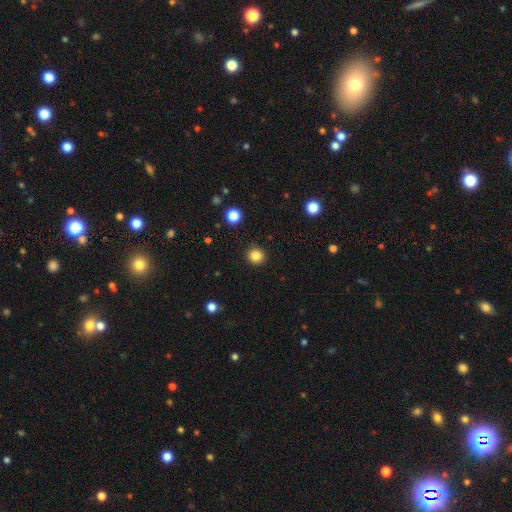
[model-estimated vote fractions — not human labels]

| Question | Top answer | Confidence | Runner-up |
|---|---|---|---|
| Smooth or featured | smooth | 84% | star or artifact (12%) |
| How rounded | round | 94% | in between (5%) |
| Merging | none | 92% | minor disturbance (5%) |